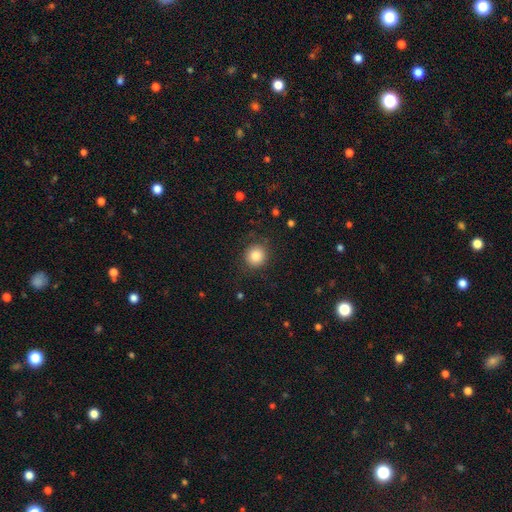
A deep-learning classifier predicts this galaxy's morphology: A smooth galaxy with no disk features (84%) that is round (89%).

Vote fractions:
- Smooth or featured? smooth: 84% / star or artifact: 10% / featured or disk: 6%
- How rounded? round: 89% / in between: 10% / cigar-shaped: 1%
- Merging? none: 86% / minor disturbance: 10% / major disturbance: 4% / merger: 1%